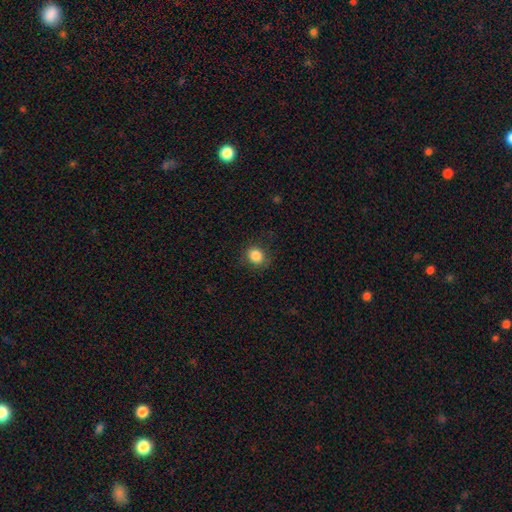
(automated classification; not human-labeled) Morphology: type=smooth (85%); roundness=round (75%); merging=none (83%).